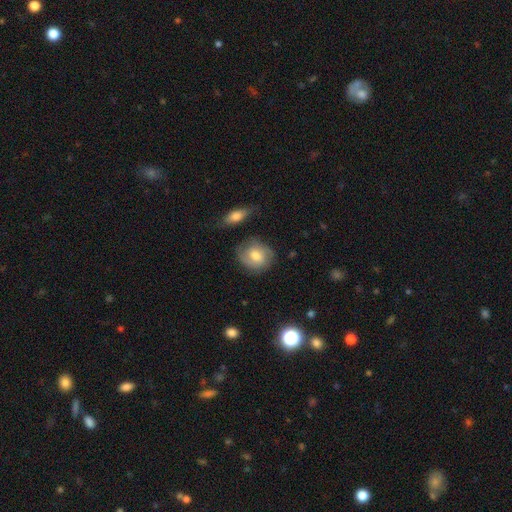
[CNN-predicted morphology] smooth-or-featured: smooth: 50% | featured or disk: 42% | star or artifact: 8%
  how-rounded: round: 69% | in between: 29% | cigar-shaped: 1%
  merging: none: 73% | minor disturbance: 19% | major disturbance: 5% | merger: 3%